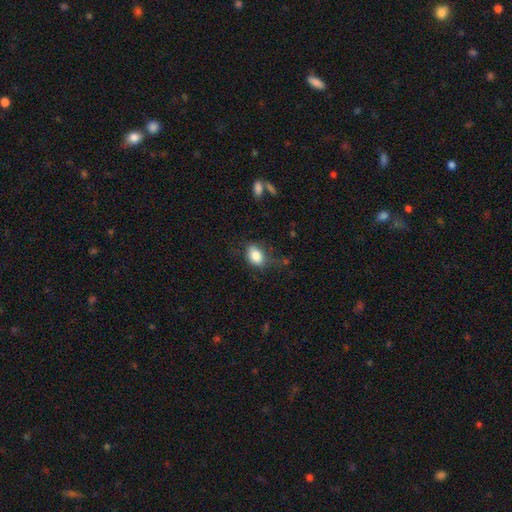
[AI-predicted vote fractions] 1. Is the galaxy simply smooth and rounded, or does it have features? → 84% smooth, 8% star or artifact, 8% featured or disk.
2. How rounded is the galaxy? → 79% in between, 19% round, 1% cigar-shaped.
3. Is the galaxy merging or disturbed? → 59% none, 27% minor disturbance, 12% major disturbance, 3% merger.